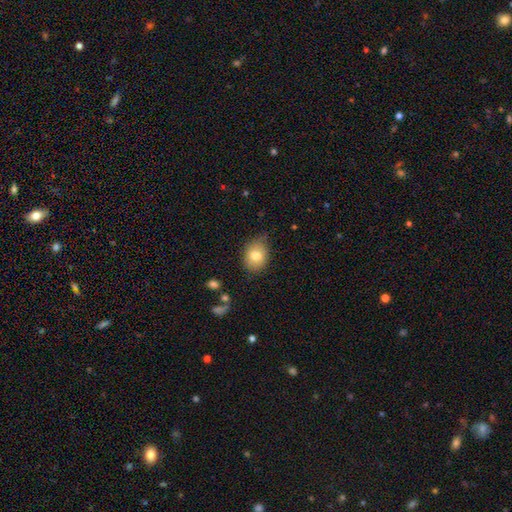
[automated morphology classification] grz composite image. It shows a smooth galaxy with no disk features (77%) that is in between round and cigar-shaped (53%). Merging: none (74%).